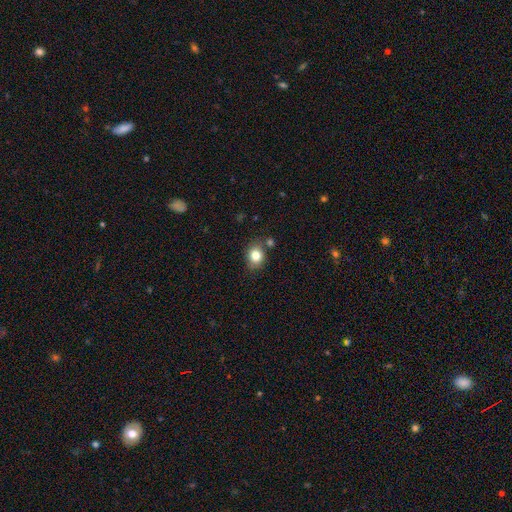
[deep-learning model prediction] smooth_or_featured: smooth (p=0.82) [alt: star or artifact p=0.10]
how_rounded: round (p=0.60) [alt: in between p=0.39]
merging: none (p=0.75) [alt: minor disturbance p=0.14]